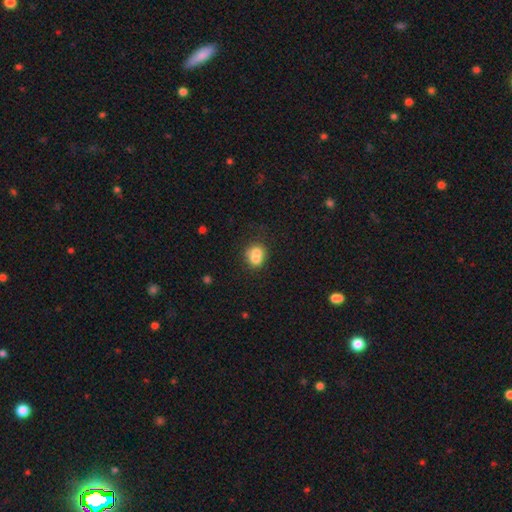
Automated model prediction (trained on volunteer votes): Smooth or featured? smooth (71%)
How rounded? round (63%)
Merging? merger (48%)